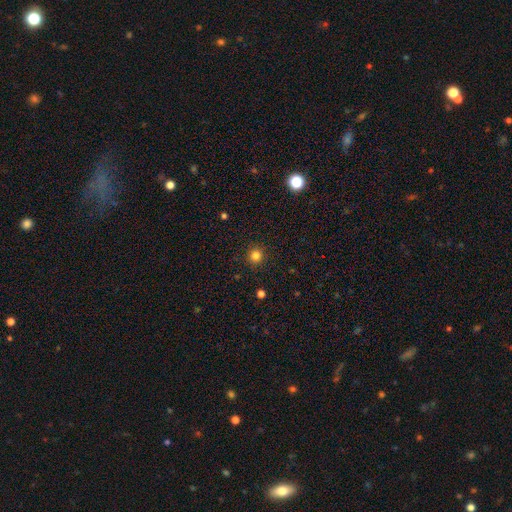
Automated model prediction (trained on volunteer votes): Smooth or featured? Predicted: smooth (p=0.82). How rounded? Predicted: round (p=0.93). Merging? Predicted: none (p=0.91).